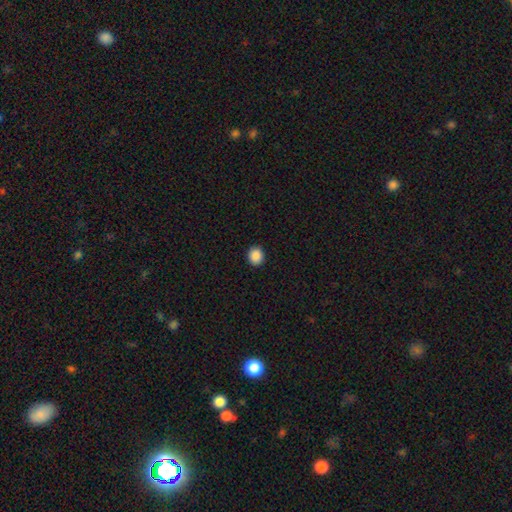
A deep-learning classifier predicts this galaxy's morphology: Q: Smooth or featured?
A: smooth (89%); runner-up: star or artifact (9%)
Q: How rounded?
A: round (79%); runner-up: in between (20%)
Q: Merging?
A: none (92%); runner-up: minor disturbance (6%)